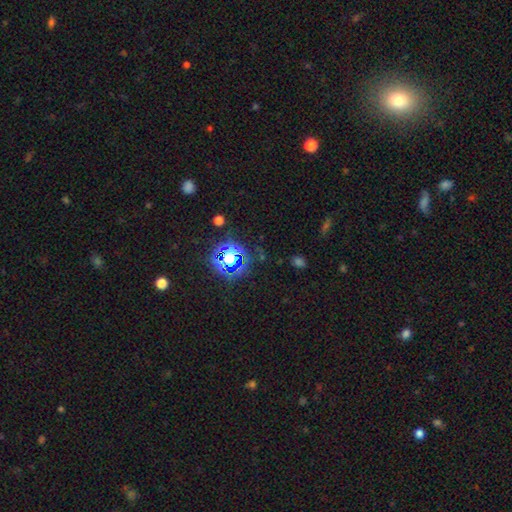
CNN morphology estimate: Smooth or featured: star or artifact — 74% (smooth — 18%)